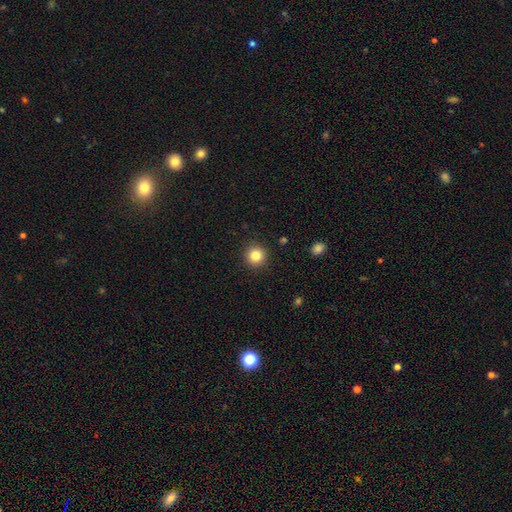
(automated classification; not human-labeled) Morphology: type=smooth (83%); roundness=round (94%); merging=none (92%).